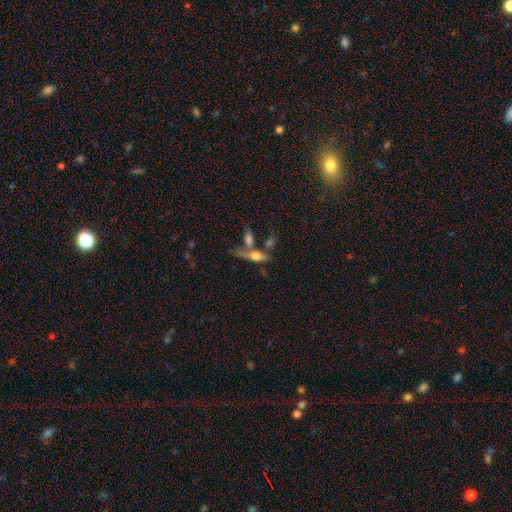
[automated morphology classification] Overall: featured or disk (47%; smooth 43%). Merging: none (47%; merger 32%).